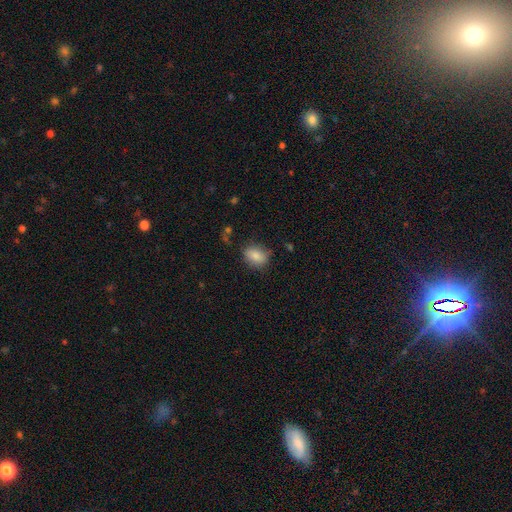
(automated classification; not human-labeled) Q: Smooth or featured?
A: smooth (85%); runner-up: star or artifact (8%)
Q: How rounded?
A: in between (70%); runner-up: round (28%)
Q: Merging?
A: none (76%); runner-up: minor disturbance (17%)